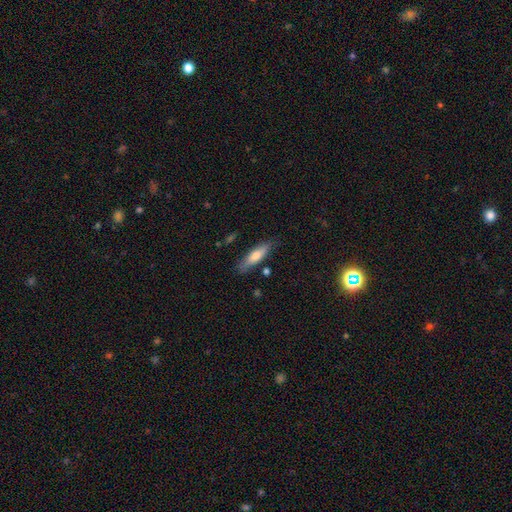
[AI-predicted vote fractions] This appears to be a smooth galaxy with no disk features (70%) that is cigar-shaped (61%). Merging: none (78%).